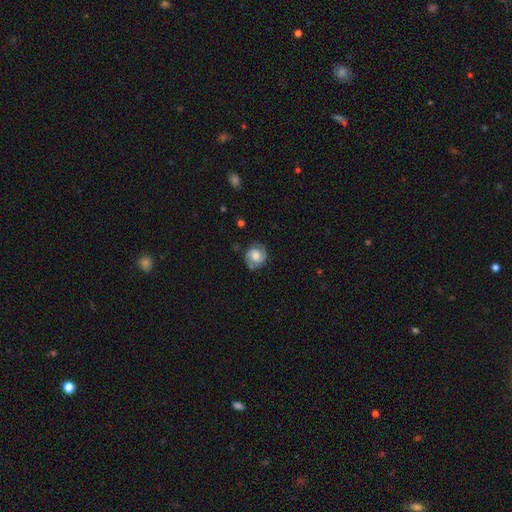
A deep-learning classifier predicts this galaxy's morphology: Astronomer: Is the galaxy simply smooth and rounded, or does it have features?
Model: featured or disk — 65%.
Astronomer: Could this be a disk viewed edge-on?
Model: no — 98%.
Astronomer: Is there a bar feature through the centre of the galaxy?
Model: no — 57% (runner-up: weak, 36%).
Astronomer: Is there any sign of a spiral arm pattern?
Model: yes — 94%.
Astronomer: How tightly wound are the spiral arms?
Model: tight — 48% (runner-up: medium, 40%).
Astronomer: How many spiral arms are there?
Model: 2 — 84%.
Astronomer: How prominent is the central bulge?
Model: moderate — 38% (runner-up: large, 29%).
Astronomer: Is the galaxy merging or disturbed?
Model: none — 77%.